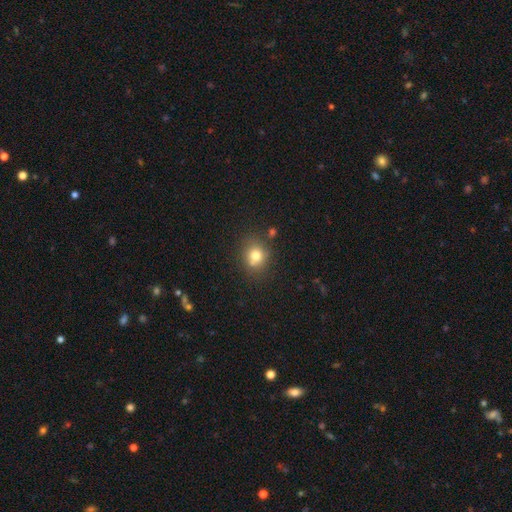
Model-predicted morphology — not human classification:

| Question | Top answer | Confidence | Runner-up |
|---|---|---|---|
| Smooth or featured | smooth | 76% | star or artifact (13%) |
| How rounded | round | 75% | in between (25%) |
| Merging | none | 68% | minor disturbance (14%) |